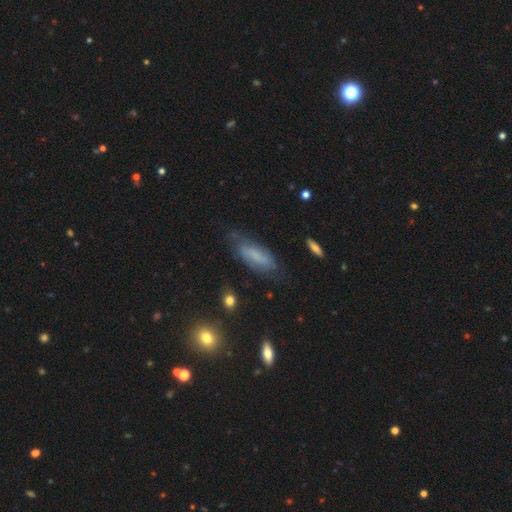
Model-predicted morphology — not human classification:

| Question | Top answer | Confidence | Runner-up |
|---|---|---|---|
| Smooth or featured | smooth | 53% | featured or disk (38%) |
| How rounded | in between | 63% | cigar-shaped (34%) |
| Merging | none | 58% | minor disturbance (28%) |